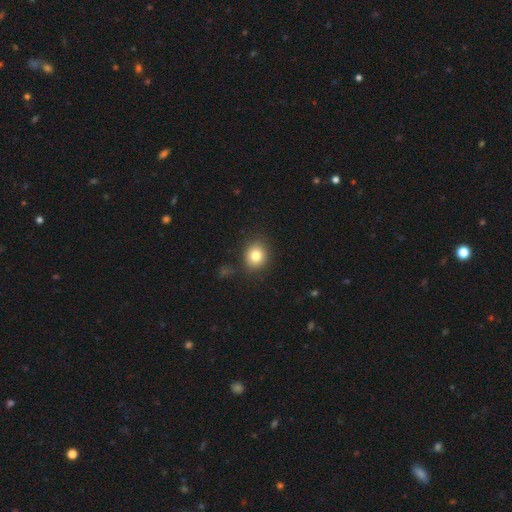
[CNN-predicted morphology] smooth_or_featured: smooth (p=0.80) [alt: star or artifact p=0.11]
how_rounded: round (p=0.74) [alt: in between p=0.25]
merging: none (p=0.85) [alt: minor disturbance p=0.10]